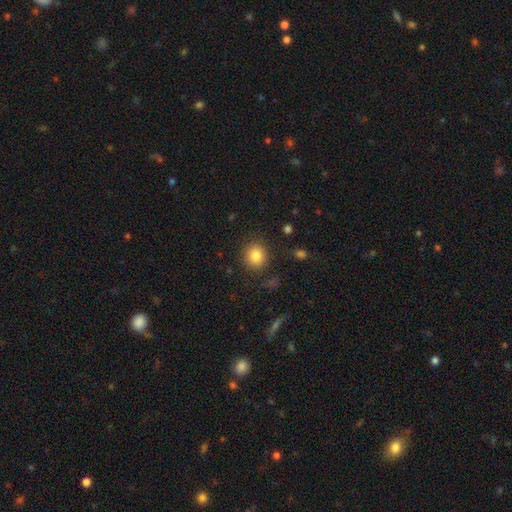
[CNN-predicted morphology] smooth 84%, star or artifact 10%, featured or disk 6%. Down the decision tree: how rounded — round (85%); merging — none (87%).